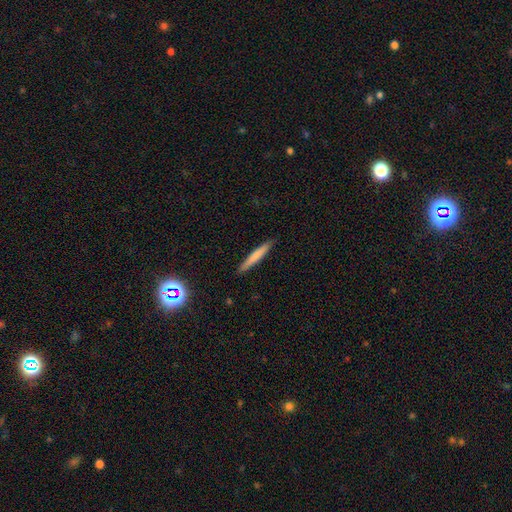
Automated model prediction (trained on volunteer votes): The model was most divided on "smooth or featured": smooth: 71%, featured or disk: 23%, star or artifact: 6%. More confident: how rounded — cigar-shaped (95%); merging — none (90%).